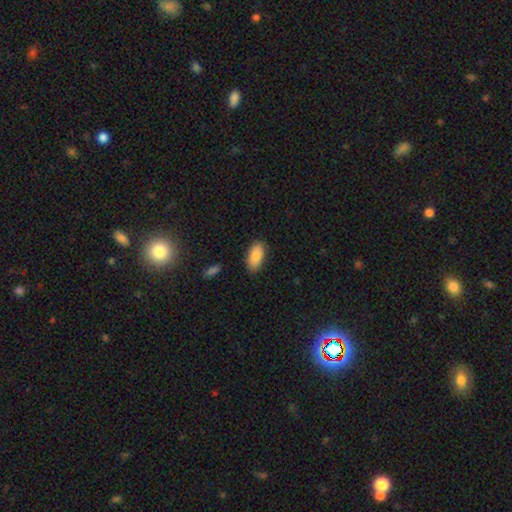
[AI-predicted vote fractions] smooth_or_featured: smooth (p=0.88) [alt: star or artifact p=0.07]
how_rounded: in between (p=0.91) [alt: cigar-shaped p=0.06]
merging: none (p=0.84) [alt: minor disturbance p=0.12]